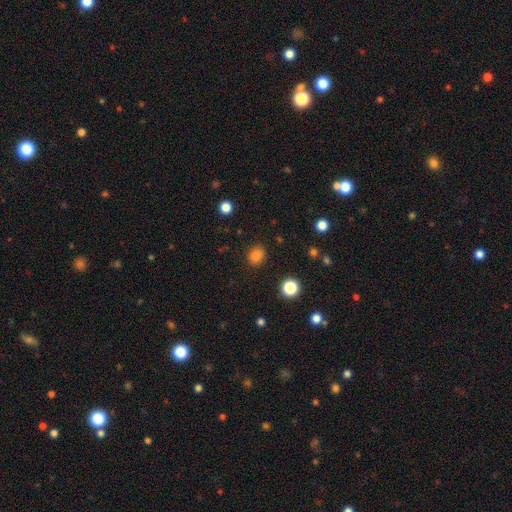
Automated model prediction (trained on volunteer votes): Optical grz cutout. It shows a smooth galaxy with no disk features (82%) that is round (61%). Merging: none (85%).